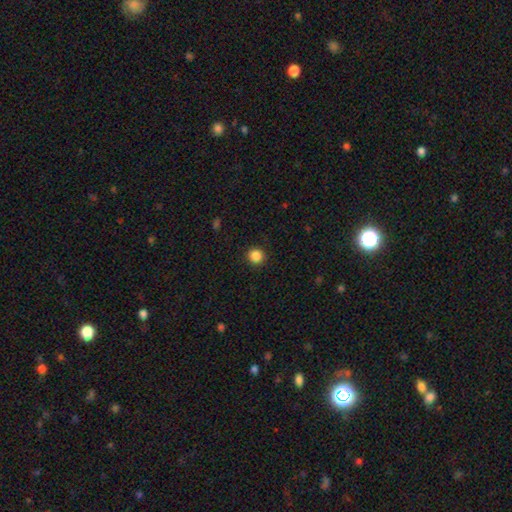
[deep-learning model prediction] smooth-or-featured: smooth: 86% | star or artifact: 11% | featured or disk: 3%
  how-rounded: round: 94% | in between: 5% | cigar-shaped: 1%
  merging: none: 92% | minor disturbance: 5% | major disturbance: 2% | merger: 1%